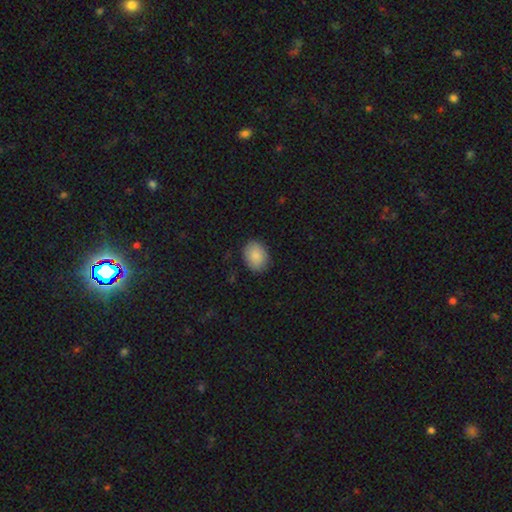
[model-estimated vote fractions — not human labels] Smooth or featured: smooth — 87% (star or artifact — 7%)
How rounded: in between — 62% (round — 37%)
Merging: none — 86% (minor disturbance — 11%)